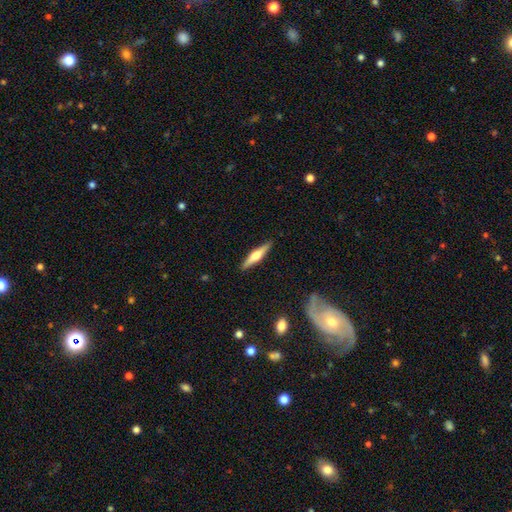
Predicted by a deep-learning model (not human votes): Smooth or featured? featured or disk (60%)
Edge-on disk? yes (97%)
Edge-on bulge? rounded (91%)
Merging? none (90%)